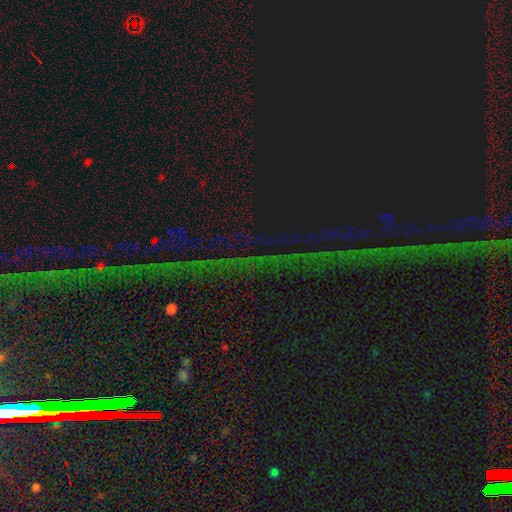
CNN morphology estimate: The model was most divided on "smooth or featured": star or artifact: 83%, smooth: 8%, featured or disk: 8%.